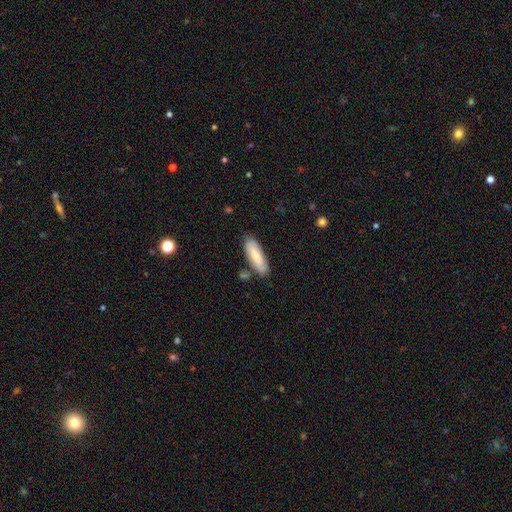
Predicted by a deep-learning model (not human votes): A smooth galaxy with no disk features (67%) that is in between round and cigar-shaped (62%).

Vote fractions:
- Smooth or featured? smooth: 67% / featured or disk: 28% / star or artifact: 6%
- How rounded? in between: 62% / cigar-shaped: 36% / round: 2%
- Merging? none: 78% / minor disturbance: 15% / merger: 5% / major disturbance: 3%